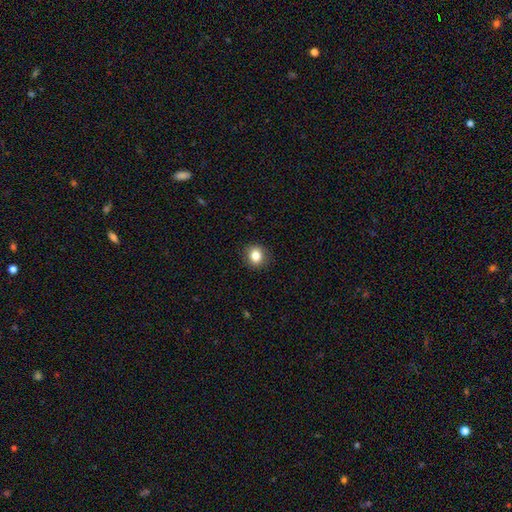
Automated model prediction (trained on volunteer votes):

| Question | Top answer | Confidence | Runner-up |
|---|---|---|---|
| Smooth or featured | smooth | 83% | star or artifact (10%) |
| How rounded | round | 78% | in between (21%) |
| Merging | none | 90% | minor disturbance (7%) |